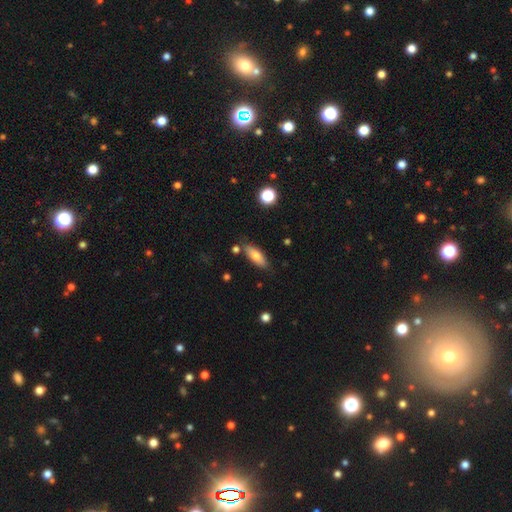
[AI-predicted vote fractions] Smooth or featured?
  - smooth: 76% *
  - featured or disk: 17%
  - star or artifact: 7%
How rounded?
  - in between: 68% *
  - cigar-shaped: 29%
  - round: 2%
Merging?
  - none: 78% *
  - minor disturbance: 14%
  - merger: 5%
  - major disturbance: 3%